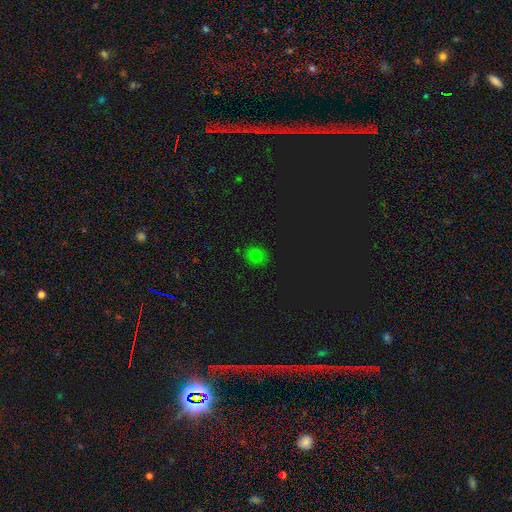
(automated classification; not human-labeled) The model was most divided on "smooth or featured": smooth: 70%, star or artifact: 23%, featured or disk: 7%. More confident: merging — none (86%); how rounded — round (81%).